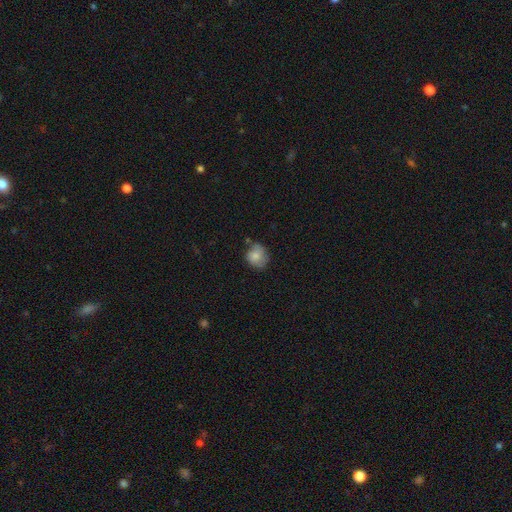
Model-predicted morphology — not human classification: A smooth galaxy with no disk features (74%) that is round (74%).

Vote fractions:
- Smooth or featured? smooth: 74% / featured or disk: 18% / star or artifact: 8%
- How rounded? round: 74% / in between: 25% / cigar-shaped: 1%
- Merging? none: 58% / minor disturbance: 30% / major disturbance: 8% / merger: 5%